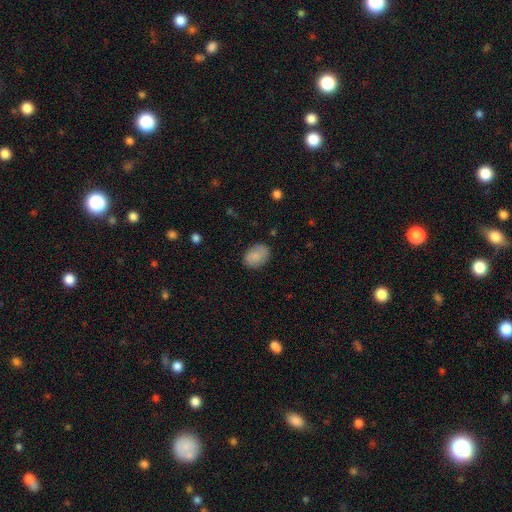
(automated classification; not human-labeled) smooth-or-featured: smooth: 85% | featured or disk: 8% | star or artifact: 7%
  how-rounded: in between: 79% | round: 20% | cigar-shaped: 1%
  merging: none: 81% | minor disturbance: 15% | major disturbance: 3% | merger: 1%